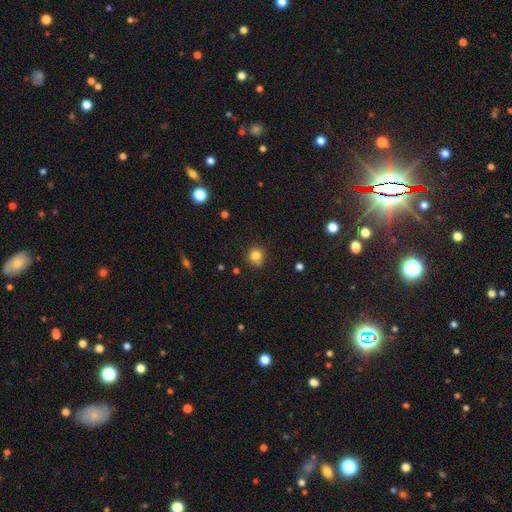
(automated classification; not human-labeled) Q: Smooth or featured?
A: smooth (81%); runner-up: star or artifact (12%)
Q: How rounded?
A: round (89%); runner-up: in between (10%)
Q: Merging?
A: none (76%); runner-up: minor disturbance (15%)